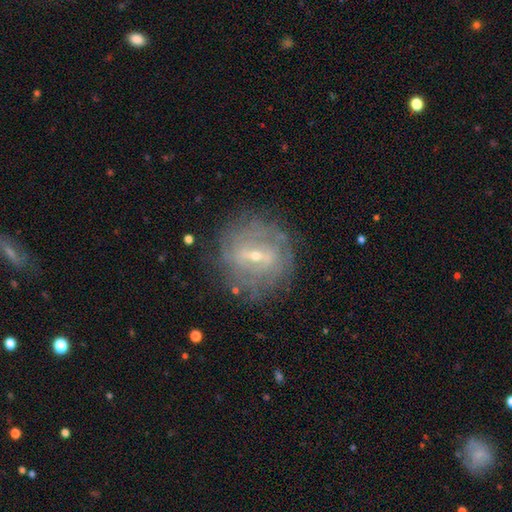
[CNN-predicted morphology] featured or disk 78%, smooth 14%, star or artifact 8%. Down the decision tree: edge-on disk — no (93%); bar — weak (48%); spiral arms — yes (69%); spiral arm count — can't tell (58%); spiral winding — tight (63%); bulge size — small (67%); merging — none (77%).